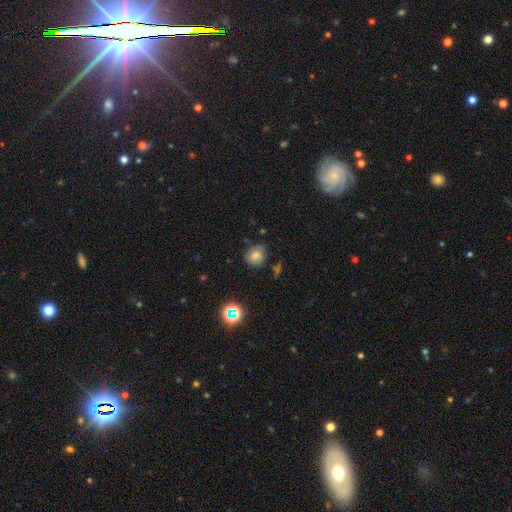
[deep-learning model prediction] smooth 72%, star or artifact 16%, featured or disk 11%. Down the decision tree: how rounded — round (76%); merging — none (68%).